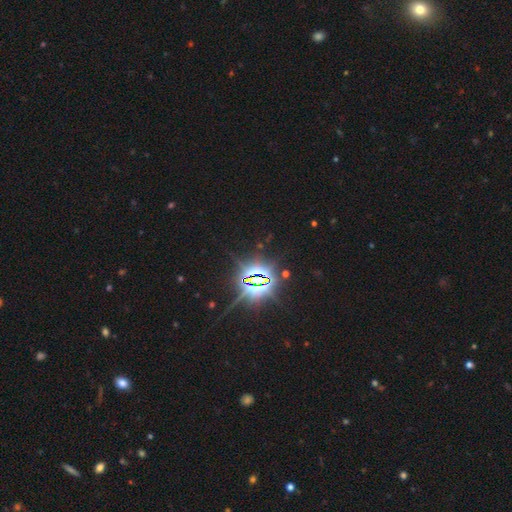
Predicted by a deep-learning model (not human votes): This appears to be a star or artifact, not a galaxy (86%).